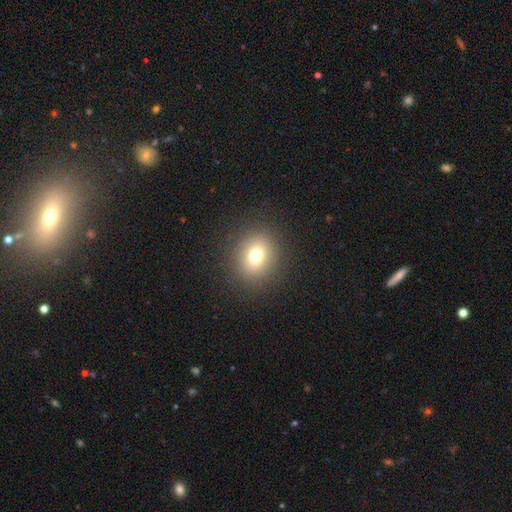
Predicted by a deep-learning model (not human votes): Smooth or featured? Predicted: smooth (p=0.73). How rounded? Predicted: round (p=0.77). Merging? Predicted: none (p=0.89).